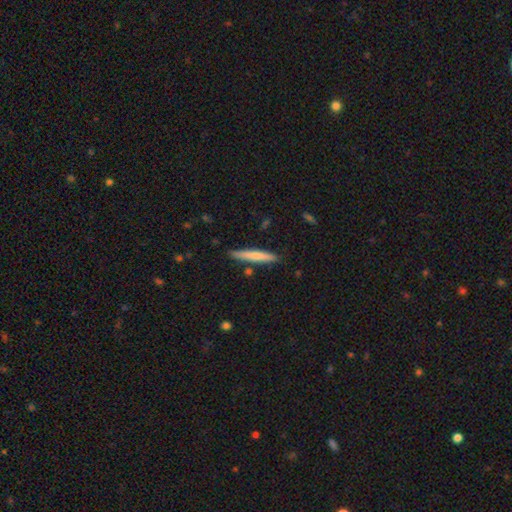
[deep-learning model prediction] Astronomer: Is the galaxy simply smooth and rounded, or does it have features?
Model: smooth — 66%.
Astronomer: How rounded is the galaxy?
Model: cigar-shaped — 94%.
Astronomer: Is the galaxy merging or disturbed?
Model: none — 85%.